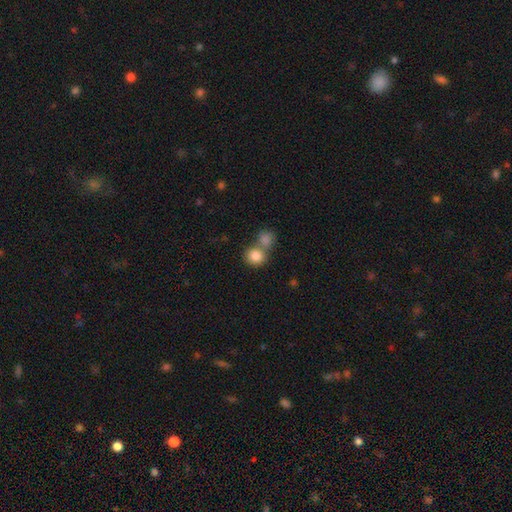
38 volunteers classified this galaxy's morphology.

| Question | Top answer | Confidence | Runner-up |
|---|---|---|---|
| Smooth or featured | smooth | 87% | featured or disk (11%) |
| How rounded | round | 85% | in between (15%) |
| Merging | none | 51% | merger (46%) |